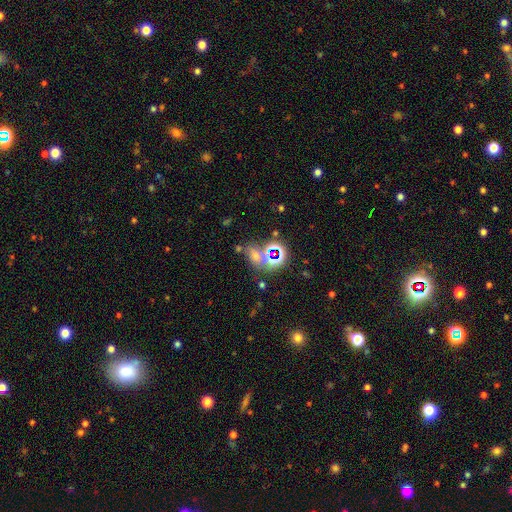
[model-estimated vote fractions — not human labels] Q: Smooth or featured?
A: star or artifact (61%); runner-up: smooth (27%)